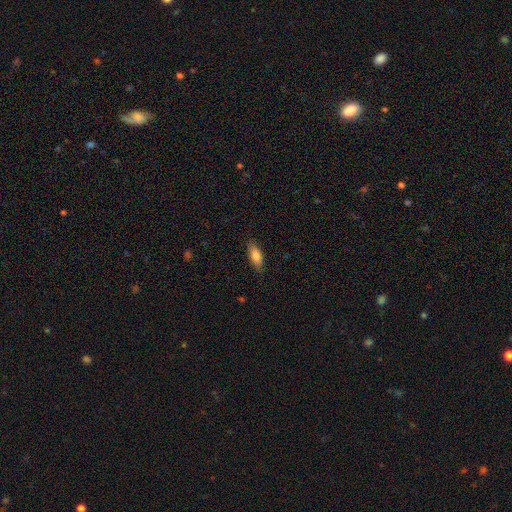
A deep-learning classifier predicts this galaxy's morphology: smooth 81%, featured or disk 13%, star or artifact 6%. Down the decision tree: how rounded — in between (70%); merging — none (84%).